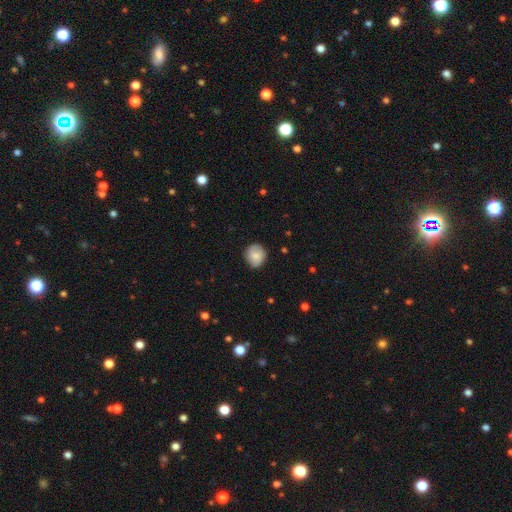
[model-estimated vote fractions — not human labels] A smooth galaxy with no disk features (73%) that is round (80%).

Vote fractions:
- Smooth or featured? smooth: 73% / featured or disk: 19% / star or artifact: 8%
- How rounded? round: 80% / in between: 19% / cigar-shaped: 1%
- Merging? none: 83% / minor disturbance: 13% / major disturbance: 3% / merger: 1%